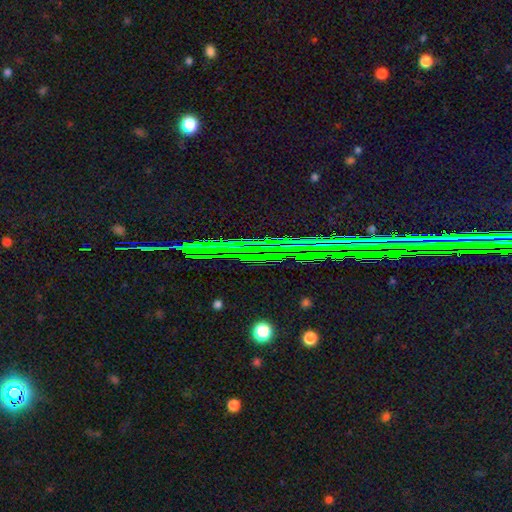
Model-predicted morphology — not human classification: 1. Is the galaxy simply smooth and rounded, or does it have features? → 83% star or artifact, 9% featured or disk, 8% smooth.